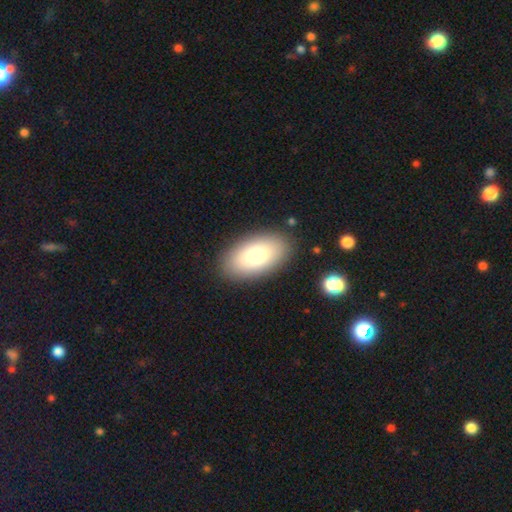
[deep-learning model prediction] The model was most divided on "smooth or featured": smooth: 79%, featured or disk: 14%, star or artifact: 7%. More confident: how rounded — in between (94%); merging — none (88%).